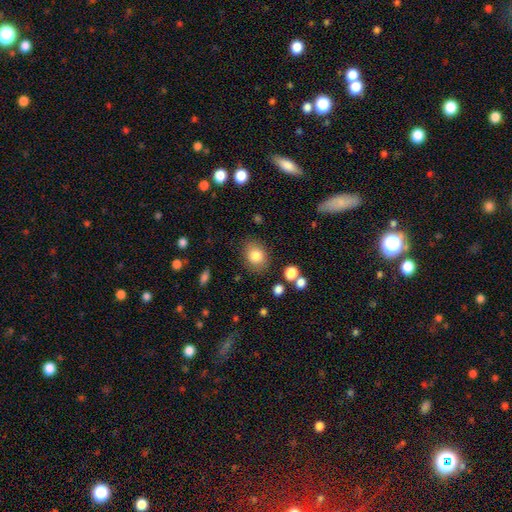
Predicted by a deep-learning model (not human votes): Smooth or featured? smooth (82%)
How rounded? in between (50%)
Merging? none (83%)